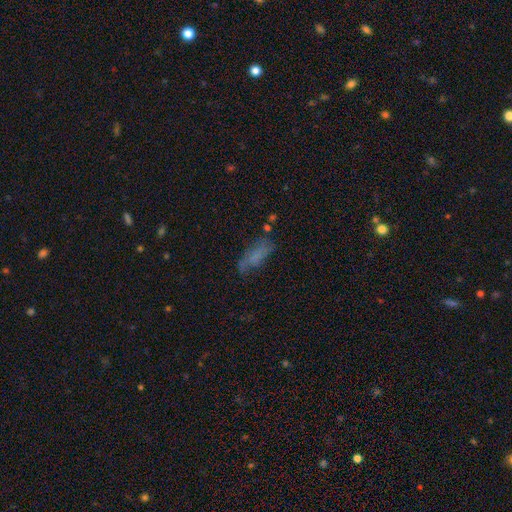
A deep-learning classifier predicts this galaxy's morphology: This appears to be a smooth galaxy with no disk features (59%) that is in between round and cigar-shaped (60%). Merging: none (56%).